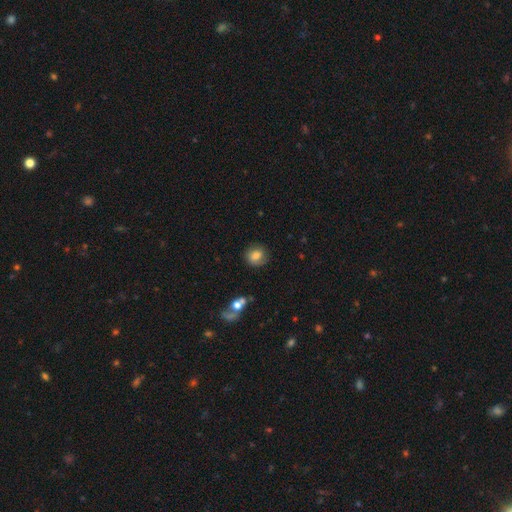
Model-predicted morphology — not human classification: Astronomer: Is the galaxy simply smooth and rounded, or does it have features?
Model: smooth — 74%.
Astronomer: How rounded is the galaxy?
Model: round — 74%.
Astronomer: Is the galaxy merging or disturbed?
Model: none — 78%.